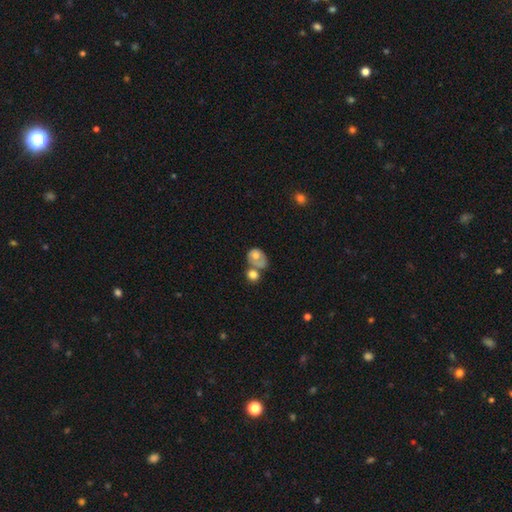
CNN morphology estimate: Smooth or featured? smooth (60%)
How rounded? in between (51%)
Merging? merger (43%)